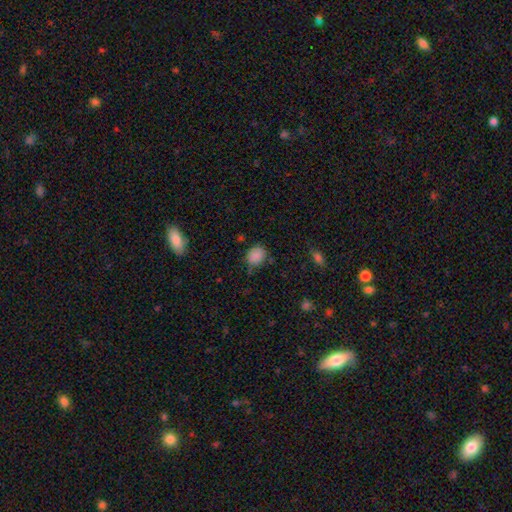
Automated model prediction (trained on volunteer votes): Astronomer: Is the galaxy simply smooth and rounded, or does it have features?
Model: smooth — 85%.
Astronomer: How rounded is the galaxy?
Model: round — 61% (runner-up: in between, 38%).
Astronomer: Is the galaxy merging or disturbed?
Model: none — 70%.